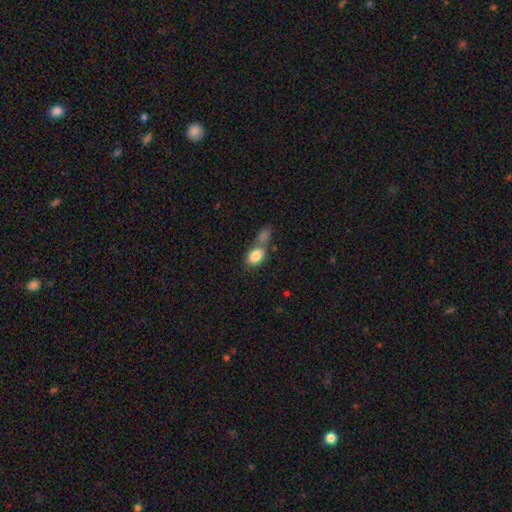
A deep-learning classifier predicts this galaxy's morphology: Q: Smooth or featured?
A: smooth (84%); runner-up: featured or disk (8%)
Q: How rounded?
A: in between (80%); runner-up: round (18%)
Q: Merging?
A: merger (47%); runner-up: none (36%)